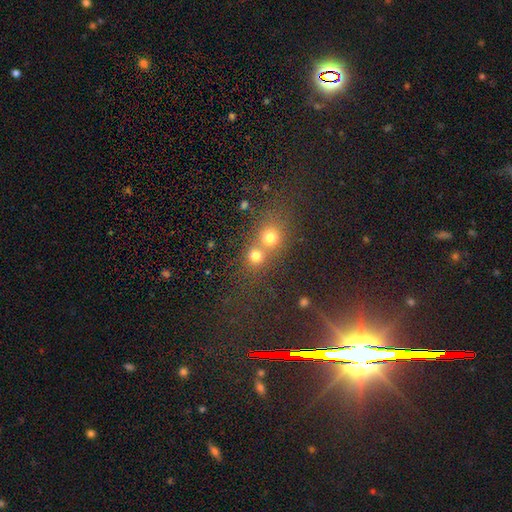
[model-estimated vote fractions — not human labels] Q: Smooth or featured?
A: smooth (73%); runner-up: star or artifact (18%)
Q: How rounded?
A: round (86%); runner-up: in between (13%)
Q: Merging?
A: merger (49%); runner-up: none (42%)